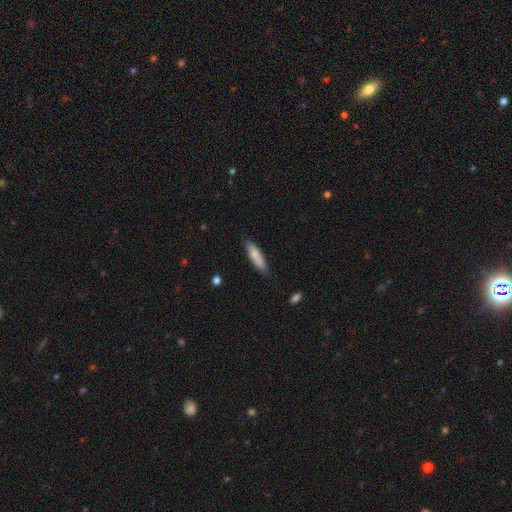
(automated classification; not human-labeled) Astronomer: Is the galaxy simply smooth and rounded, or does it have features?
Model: smooth — 79%.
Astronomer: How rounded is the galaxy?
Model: cigar-shaped — 72%.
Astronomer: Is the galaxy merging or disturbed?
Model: none — 82%.